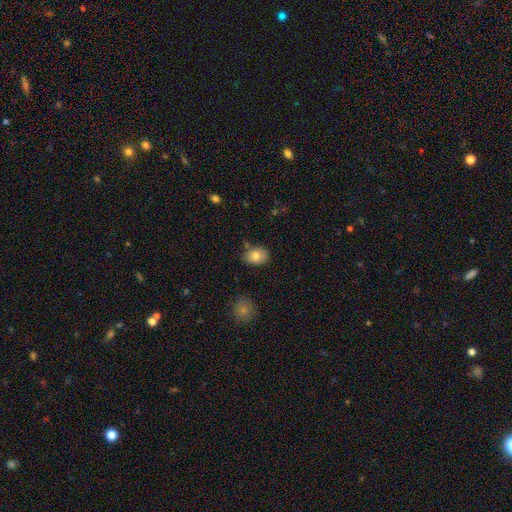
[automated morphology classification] type=smooth (81%); roundness=in between (72%); merging=none (77%).